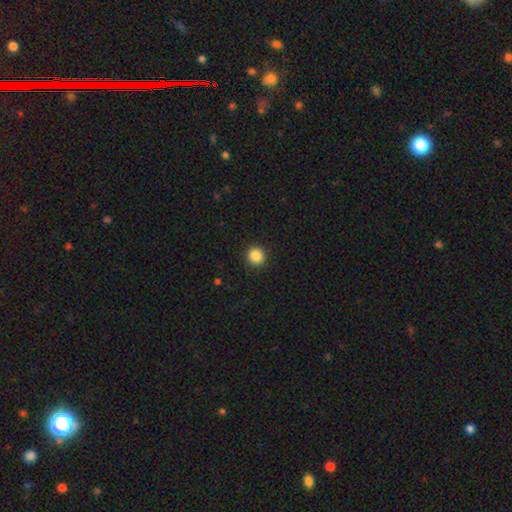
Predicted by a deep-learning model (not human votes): This is clearly a smooth galaxy (87%). How rounded: clearly round (95%). Merging: clearly none (92%).